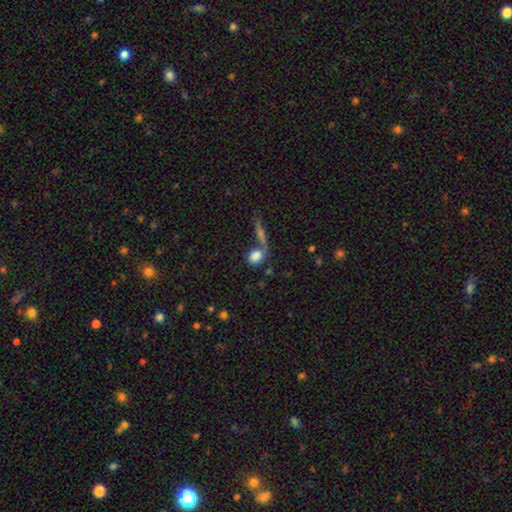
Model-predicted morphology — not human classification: The model was most divided on "how rounded": round: 47%, in between: 46%, cigar-shaped: 7%. More confident: smooth or featured — smooth (79%); merging — none (52%).